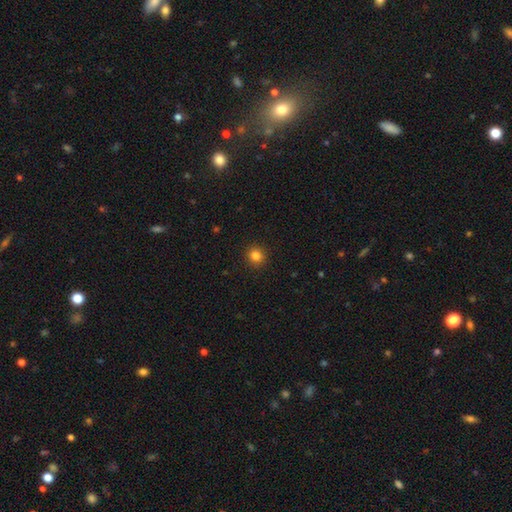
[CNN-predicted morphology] Smooth or featured? Predicted: smooth (p=0.83). How rounded? Predicted: round (p=0.89). Merging? Predicted: none (p=0.92).